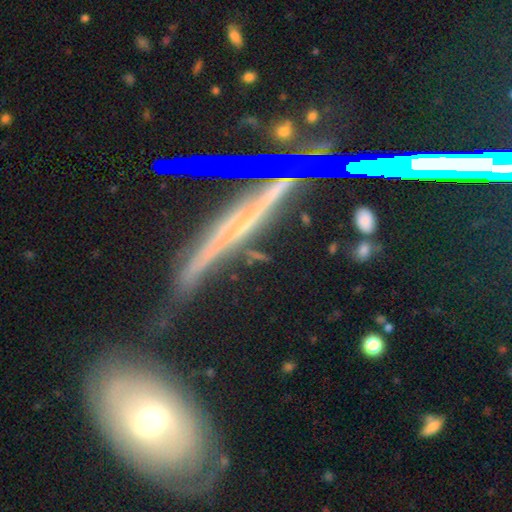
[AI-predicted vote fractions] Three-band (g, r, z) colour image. It shows a featured or disk galaxy (42%). Merging: none (85%).